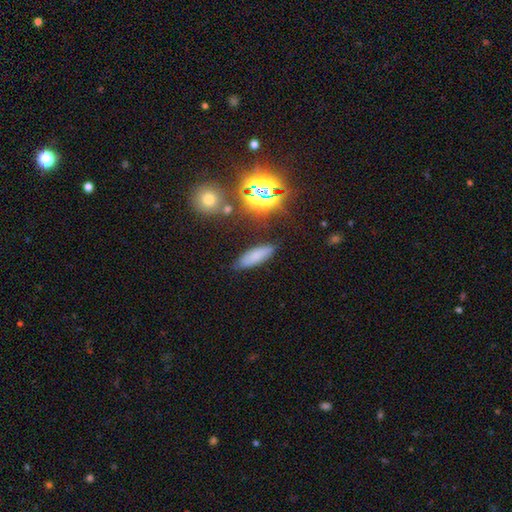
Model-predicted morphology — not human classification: This appears to be a smooth galaxy with no disk features (72%) that is in between round and cigar-shaped (50%). Merging: none (82%).